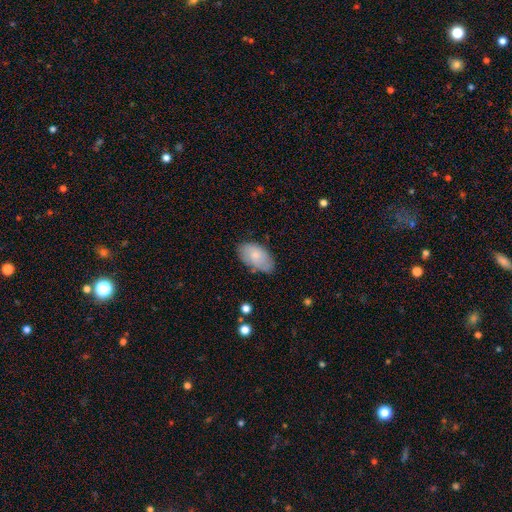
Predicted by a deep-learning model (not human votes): A smooth galaxy with no disk features (74%) that is in between round and cigar-shaped (94%). Merging: none (73%).